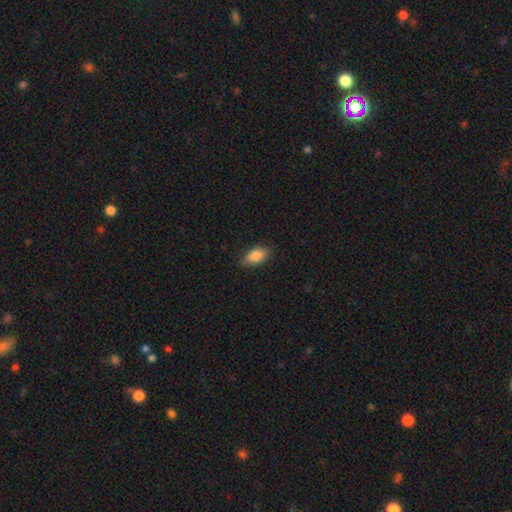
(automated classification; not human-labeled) This appears to be a smooth galaxy with no disk features (82%) that is in between round and cigar-shaped (84%). Merging: none (83%).